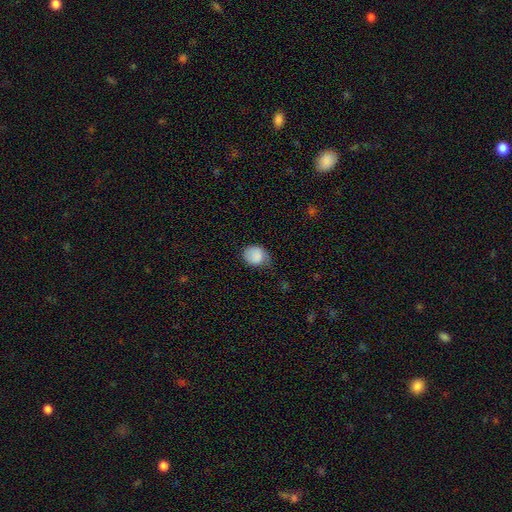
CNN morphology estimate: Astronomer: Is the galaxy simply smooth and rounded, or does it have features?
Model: smooth — 82%.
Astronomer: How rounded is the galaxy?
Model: round — 59% (runner-up: in between, 40%).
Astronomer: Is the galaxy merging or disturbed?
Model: minor disturbance — 41% (runner-up: none, 37%).